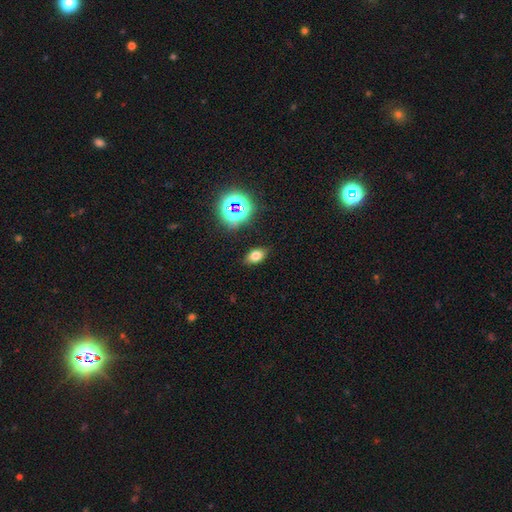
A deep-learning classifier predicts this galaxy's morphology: The model was most divided on "smooth or featured": smooth: 70%, star or artifact: 19%, featured or disk: 11%. More confident: merging — none (86%); how rounded — in between (86%).